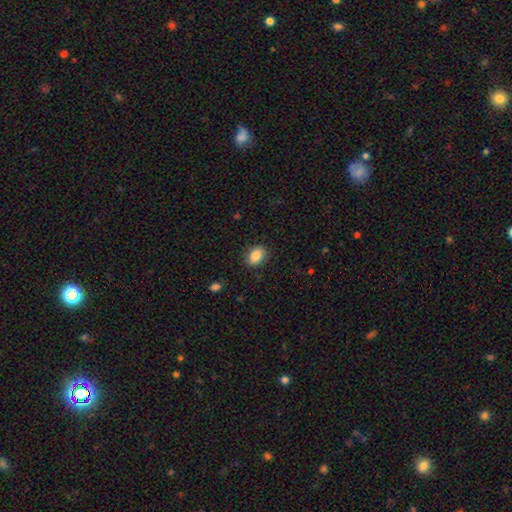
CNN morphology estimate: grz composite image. It shows a smooth galaxy with no disk features (86%) that is in between round and cigar-shaped (75%). Merging: none (87%).